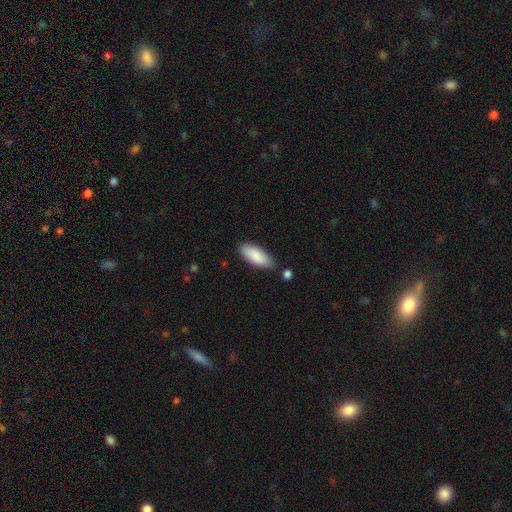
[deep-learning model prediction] A smooth galaxy with no disk features (87%) that is in between round and cigar-shaped (78%). Merging: none (79%).